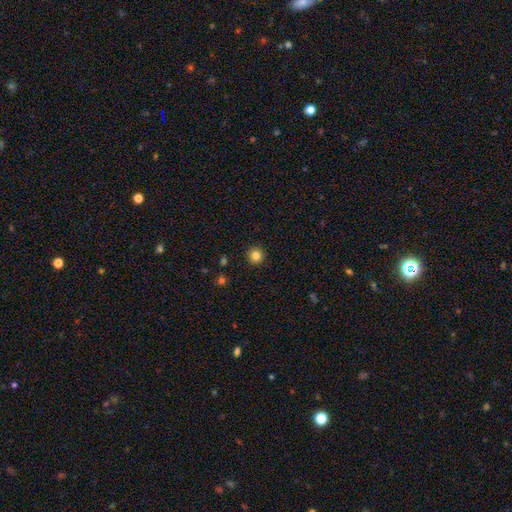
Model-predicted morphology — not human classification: A smooth galaxy with no disk features (83%) that is round (95%). Merging: none (93%).